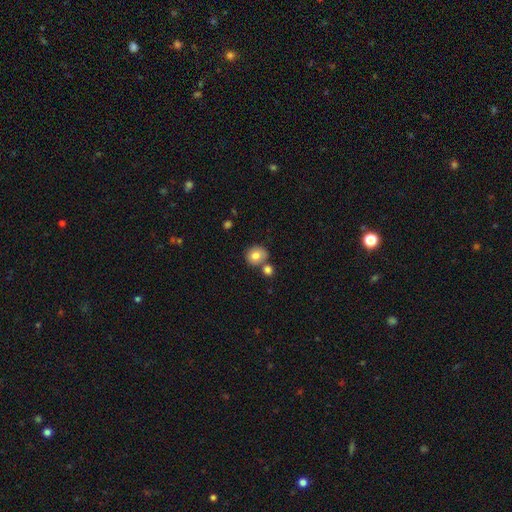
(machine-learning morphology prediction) Q: Smooth or featured?
A: smooth (80%); runner-up: featured or disk (10%)
Q: How rounded?
A: round (81%); runner-up: in between (18%)
Q: Merging?
A: none (63%); runner-up: merger (24%)